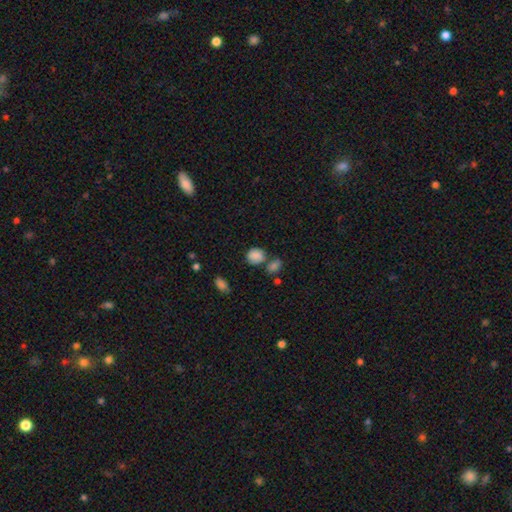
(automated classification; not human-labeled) Smooth or featured? smooth (82%)
How rounded? round (61%)
Merging? none (48%)